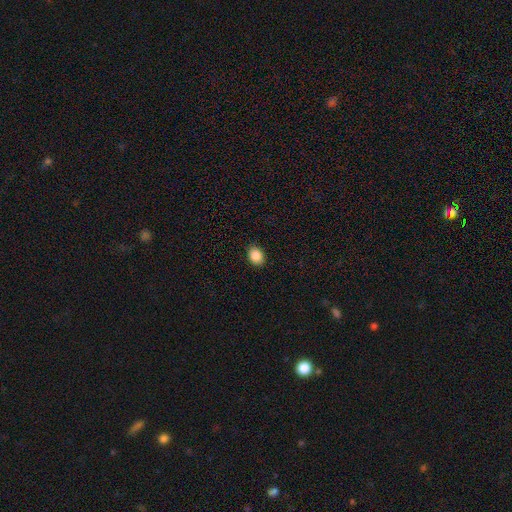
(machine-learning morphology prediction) A smooth galaxy with no disk features (88%) that is in between round and cigar-shaped (58%). Merging: none (88%).